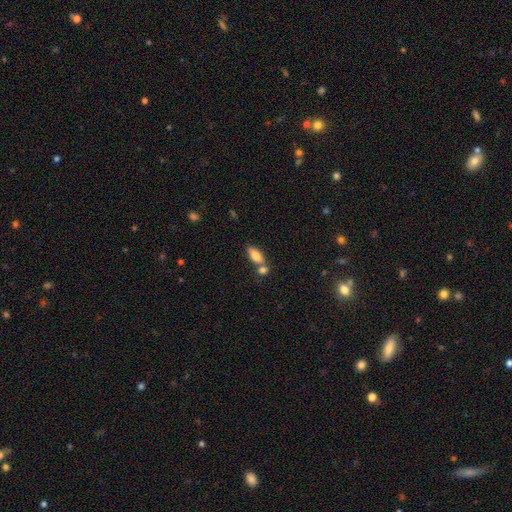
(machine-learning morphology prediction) Q: Smooth or featured?
A: smooth (79%); runner-up: featured or disk (14%)
Q: How rounded?
A: in between (81%); runner-up: cigar-shaped (15%)
Q: Merging?
A: none (51%); runner-up: merger (35%)